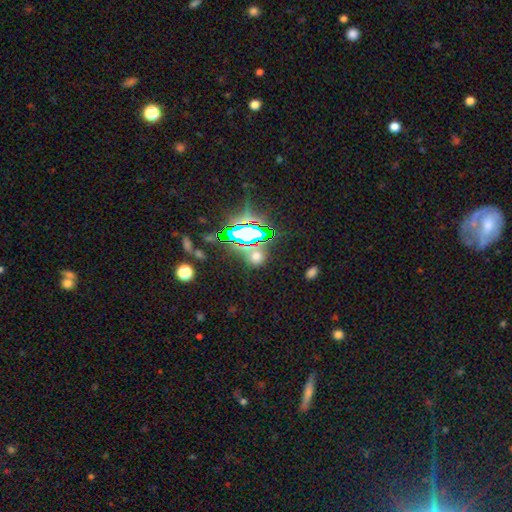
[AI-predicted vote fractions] Q: Smooth or featured?
A: star or artifact (48%); runner-up: smooth (43%)